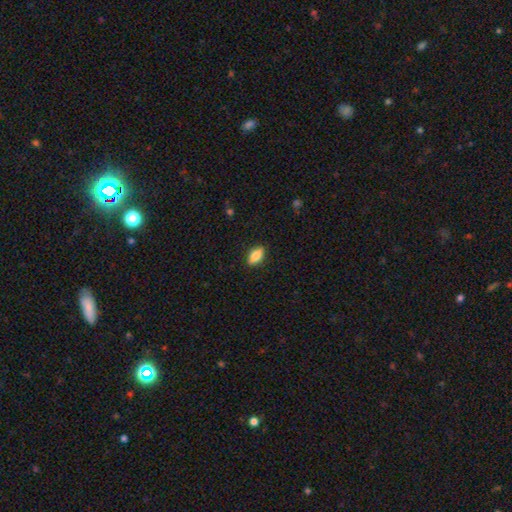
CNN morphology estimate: smooth_or_featured: smooth (p=0.80) [alt: featured or disk p=0.13]
how_rounded: in between (p=0.87) [alt: cigar-shaped p=0.08]
merging: none (p=0.87) [alt: minor disturbance p=0.09]